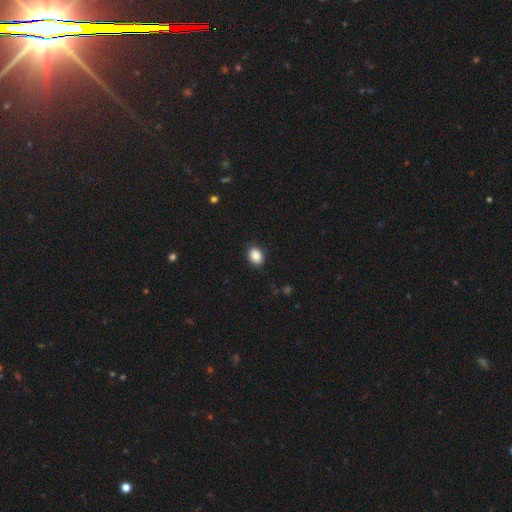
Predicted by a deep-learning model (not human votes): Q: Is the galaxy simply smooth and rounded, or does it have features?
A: smooth — 88%.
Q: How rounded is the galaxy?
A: in between — 67%.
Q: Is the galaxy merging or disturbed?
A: none — 87%.